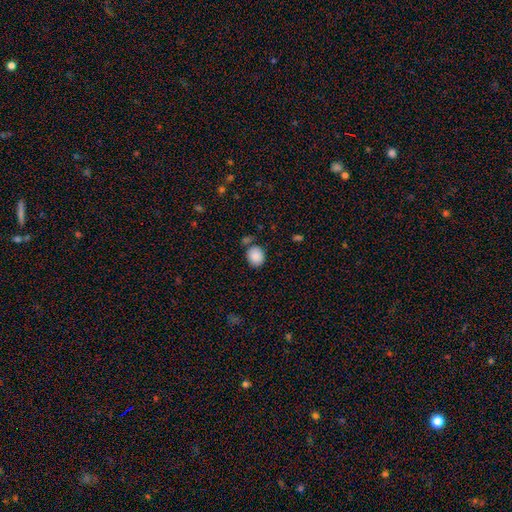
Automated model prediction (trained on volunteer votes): smooth_or_featured: smooth (p=0.88) [alt: star or artifact p=0.08]
how_rounded: round (p=0.70) [alt: in between p=0.29]
merging: none (p=0.75) [alt: minor disturbance p=0.13]